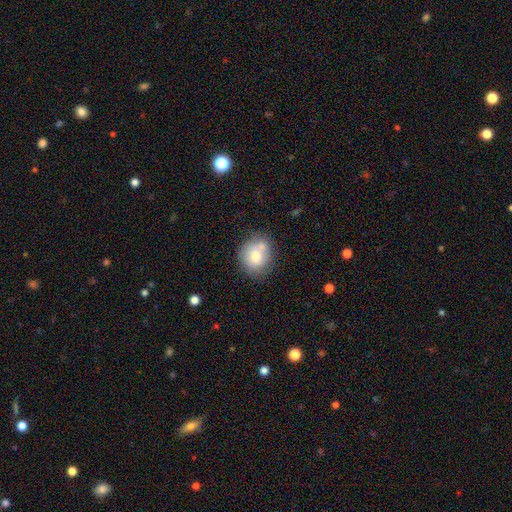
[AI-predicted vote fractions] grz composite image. It shows a smooth galaxy with no disk features (73%) that is round (71%). Merging: none (54%).